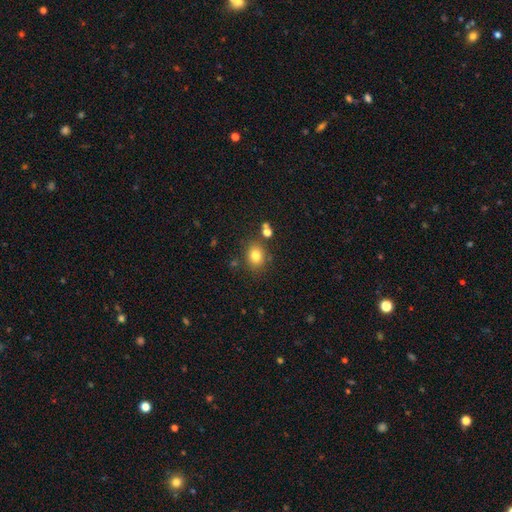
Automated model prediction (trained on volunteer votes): The model was most divided on "how rounded": round: 55%, in between: 44%, cigar-shaped: 1%. More confident: smooth or featured — smooth (79%); merging — none (79%).